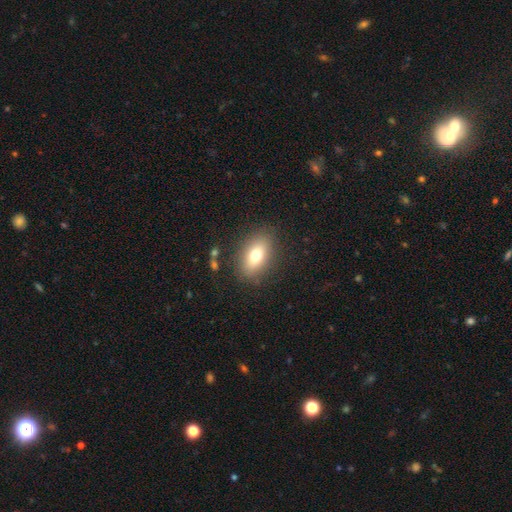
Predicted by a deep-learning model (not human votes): This is likely a smooth galaxy (73%). How rounded: clearly in between (85%). Merging: clearly none (84%).